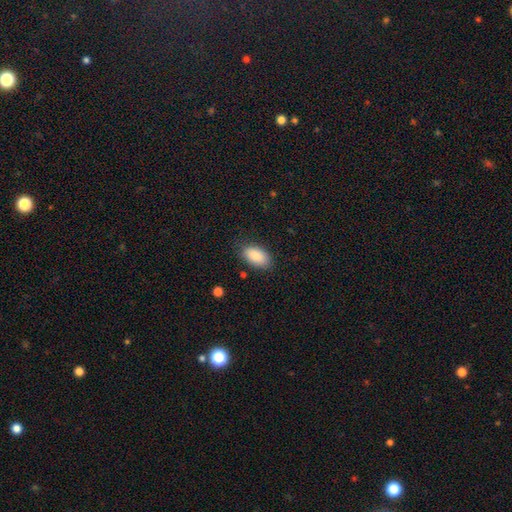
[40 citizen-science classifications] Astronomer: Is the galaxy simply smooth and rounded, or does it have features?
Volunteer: smooth — 95%.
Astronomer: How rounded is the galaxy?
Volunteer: in between — 92%.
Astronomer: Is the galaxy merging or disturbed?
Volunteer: none — 82%.